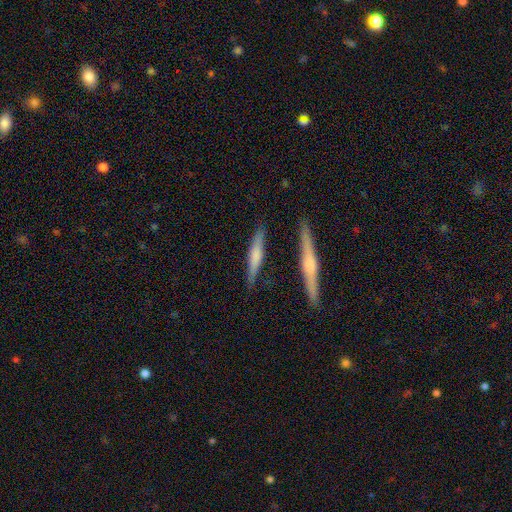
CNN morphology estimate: Smooth or featured? Predicted: featured or disk (p=0.49). Merging? Predicted: none (p=0.82).